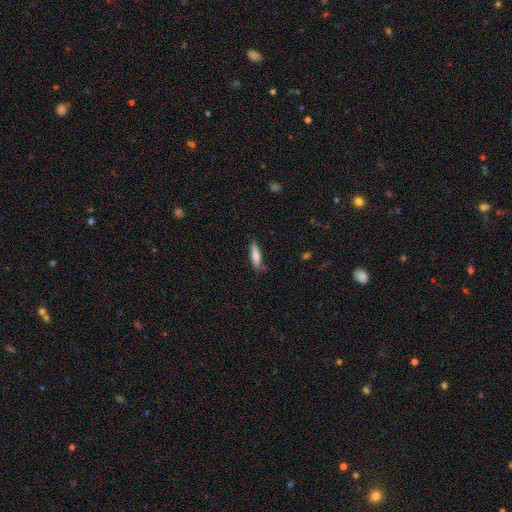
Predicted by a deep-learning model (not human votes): smooth_or_featured: smooth (p=0.77) [alt: featured or disk p=0.16]
how_rounded: cigar-shaped (p=0.62) [alt: in between p=0.36]
merging: none (p=0.73) [alt: minor disturbance p=0.20]